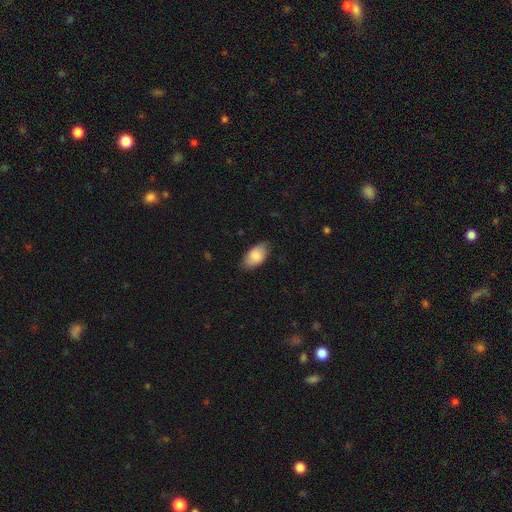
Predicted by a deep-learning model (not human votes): Smooth or featured? Predicted: smooth (p=0.84). How rounded? Predicted: in between (p=0.94). Merging? Predicted: none (p=0.80).